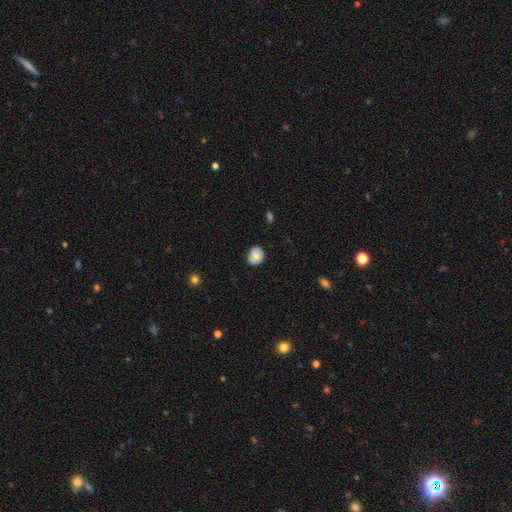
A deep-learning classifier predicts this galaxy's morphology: Smooth or featured?
  - smooth: 76% *
  - featured or disk: 16%
  - star or artifact: 8%
How rounded?
  - round: 64% *
  - in between: 35%
  - cigar-shaped: 1%
Merging?
  - none: 79% *
  - minor disturbance: 17%
  - major disturbance: 3%
  - merger: 1%